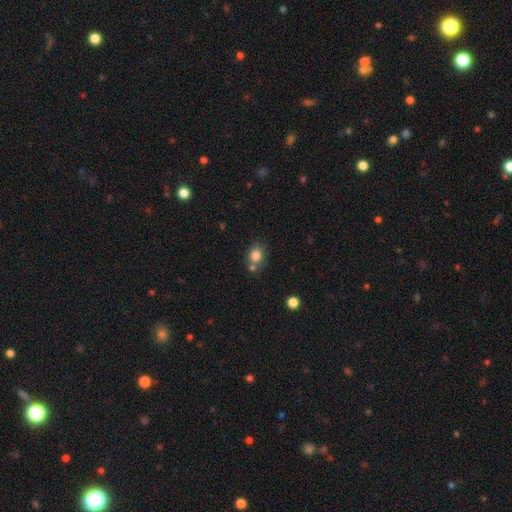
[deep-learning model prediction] The model was most divided on "how rounded": round: 58%, in between: 41%, cigar-shaped: 1%. More confident: smooth or featured — smooth (81%); merging — none (59%).